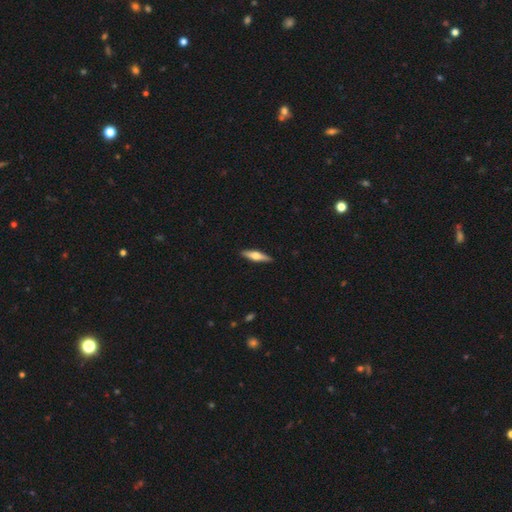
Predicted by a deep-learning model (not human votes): Smooth or featured?
  - featured or disk: 48% *
  - smooth: 47%
  - star or artifact: 5%
Merging?
  - none: 91% *
  - minor disturbance: 7%
  - major disturbance: 1%
  - merger: 1%